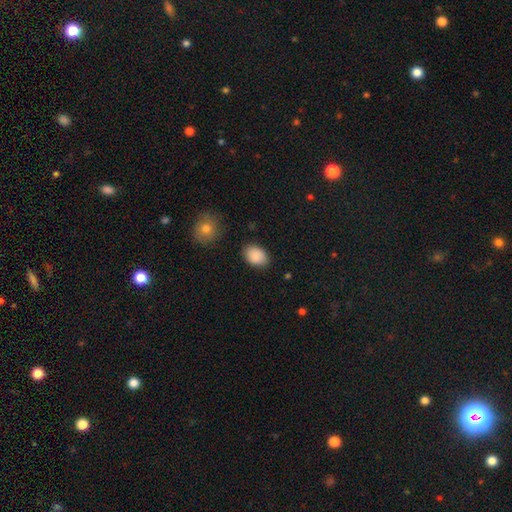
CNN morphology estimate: Smooth or featured: smooth — 89% (star or artifact — 7%)
How rounded: in between — 78% (round — 21%)
Merging: none — 86% (minor disturbance — 10%)